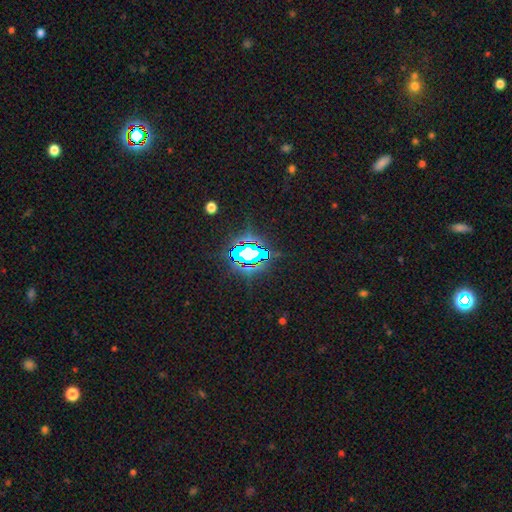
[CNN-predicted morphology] Overall: star or artifact (78%).